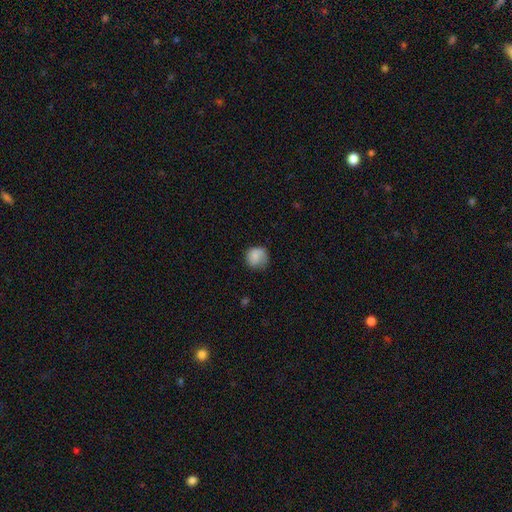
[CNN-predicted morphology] smooth 77%, featured or disk 15%, star or artifact 8%. Down the decision tree: how rounded — round (82%); merging — none (61%).